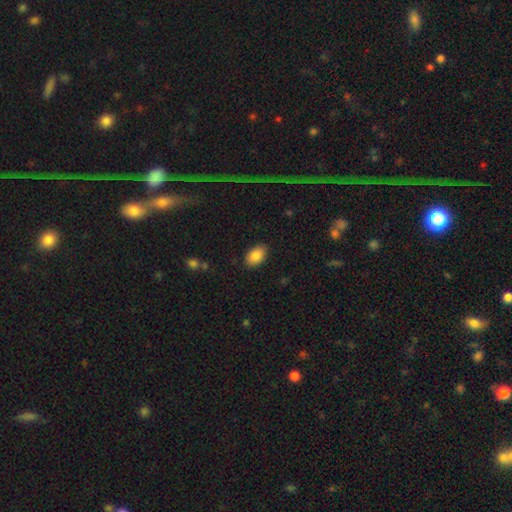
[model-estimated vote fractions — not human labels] A smooth galaxy with no disk features (87%) that is in between round and cigar-shaped (90%). Merging: none (86%).